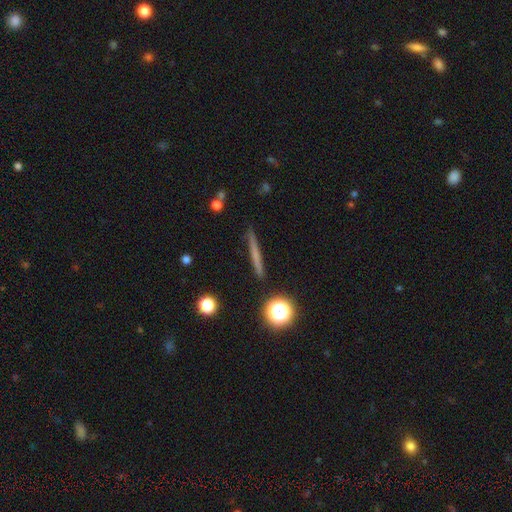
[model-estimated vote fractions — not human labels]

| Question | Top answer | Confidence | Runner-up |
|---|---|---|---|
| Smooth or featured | smooth | 56% | featured or disk (34%) |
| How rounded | cigar-shaped | 92% | round (4%) |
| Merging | none | 90% | minor disturbance (7%) |